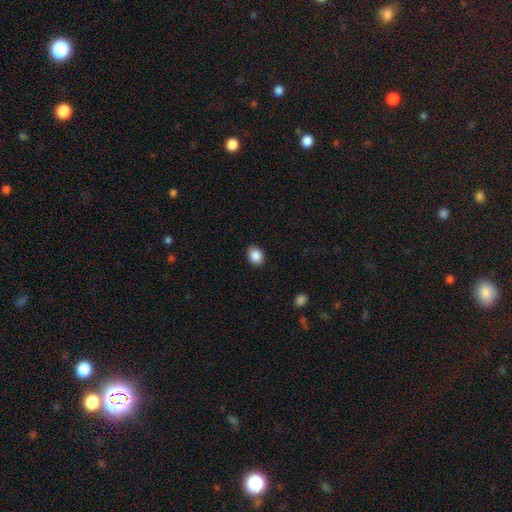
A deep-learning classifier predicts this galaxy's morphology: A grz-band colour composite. It shows a smooth galaxy with no disk features (88%) that is round (55%). Merging: none (86%).